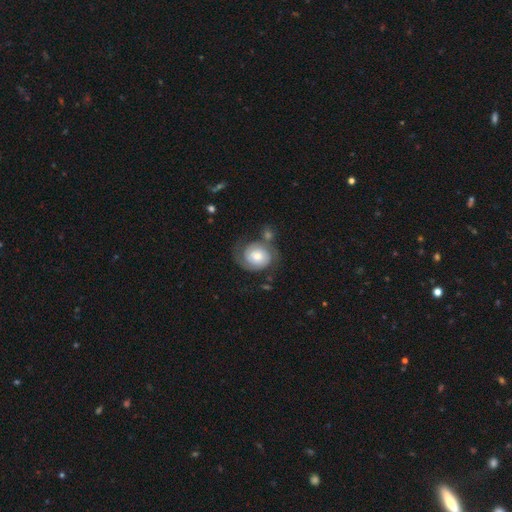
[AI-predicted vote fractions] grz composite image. It shows a featured or disk galaxy (74%) with no bar (72%), 2 (78%) tight (60%) spiral arms (93%) and a moderate central bulge (63%). Merging: none (60%).